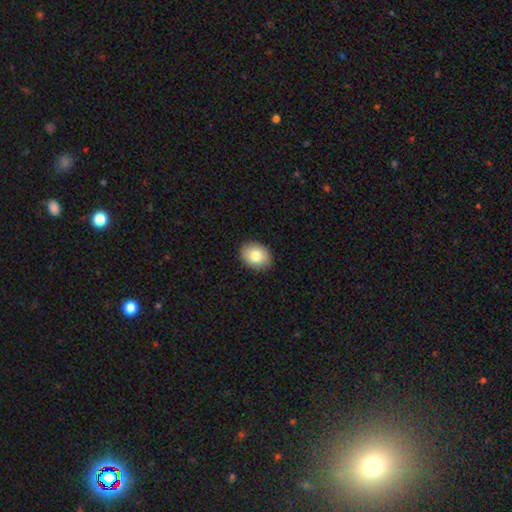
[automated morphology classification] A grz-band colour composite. It shows a smooth galaxy with no disk features (84%) that is in between round and cigar-shaped (68%). Merging: none (90%).